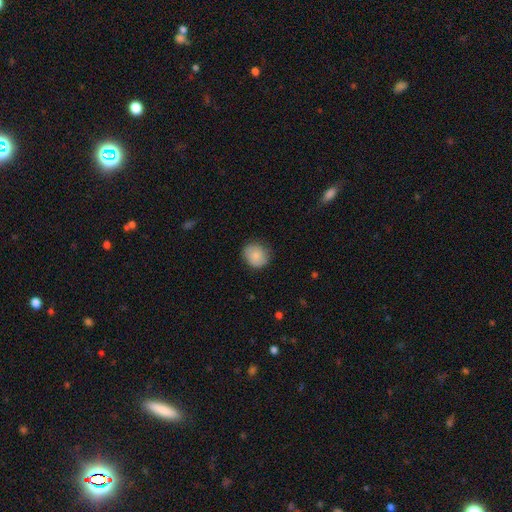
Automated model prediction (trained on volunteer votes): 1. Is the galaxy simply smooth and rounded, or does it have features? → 84% smooth, 9% featured or disk, 7% star or artifact.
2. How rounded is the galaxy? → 79% round, 20% in between, 1% cigar-shaped.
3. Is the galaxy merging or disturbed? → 81% none, 14% minor disturbance, 3% major disturbance, 1% merger.